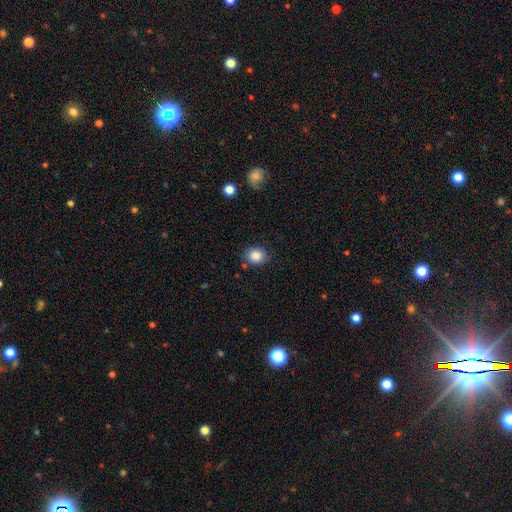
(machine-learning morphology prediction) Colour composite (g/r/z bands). It shows a smooth galaxy with no disk features (86%) that is round (65%). Merging: none (81%).